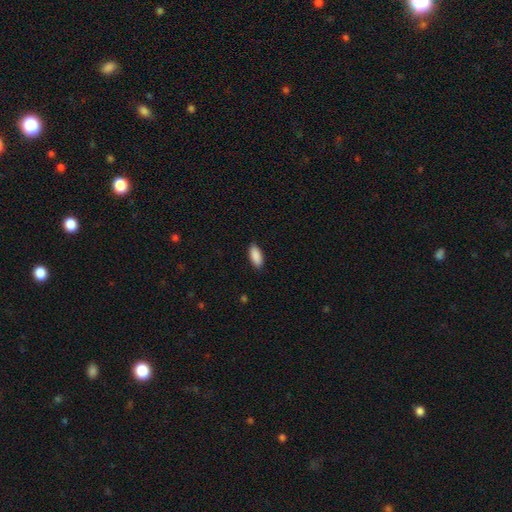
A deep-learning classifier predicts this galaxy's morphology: The model was most divided on "how rounded": in between: 86%, cigar-shaped: 12%, round: 2%. More confident: smooth or featured — smooth (91%); merging — none (88%).